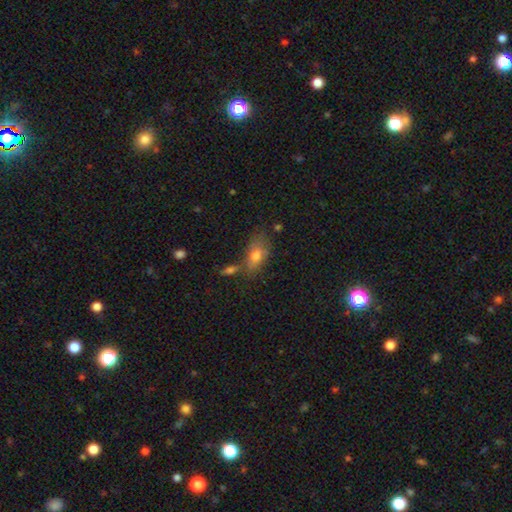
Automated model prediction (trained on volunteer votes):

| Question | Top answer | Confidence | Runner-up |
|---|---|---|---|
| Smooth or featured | smooth | 71% | featured or disk (20%) |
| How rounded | in between | 86% | round (8%) |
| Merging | none | 49% | minor disturbance (23%) |